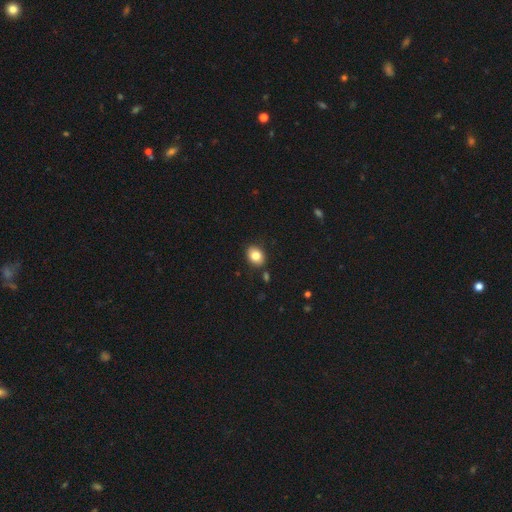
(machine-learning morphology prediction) A smooth galaxy with no disk features (82%) that is in between round and cigar-shaped (59%).

Vote fractions:
- Smooth or featured? smooth: 82% / star or artifact: 9% / featured or disk: 9%
- How rounded? in between: 59% / round: 40% / cigar-shaped: 1%
- Merging? none: 85% / minor disturbance: 10% / merger: 3% / major disturbance: 2%